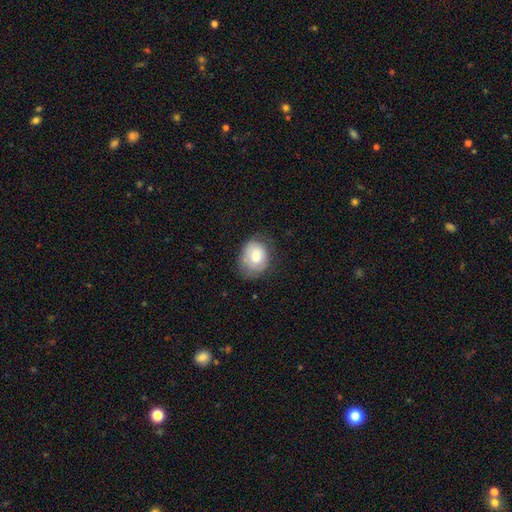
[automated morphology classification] A smooth galaxy with no disk features (73%) that is in between round and cigar-shaped (51%). Merging: none (61%).